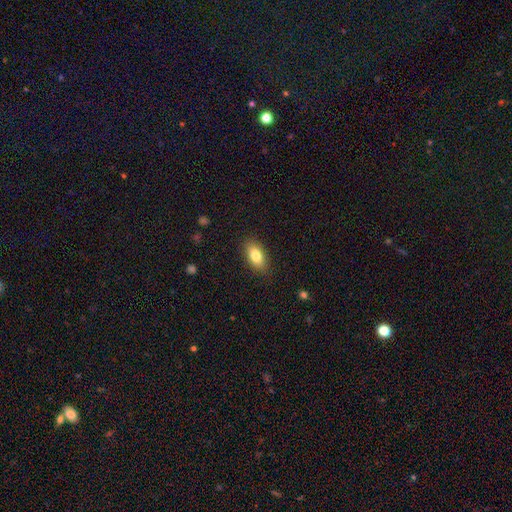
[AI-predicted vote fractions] Overall: smooth (82%). How rounded: in between (90%). Merging: none (87%).